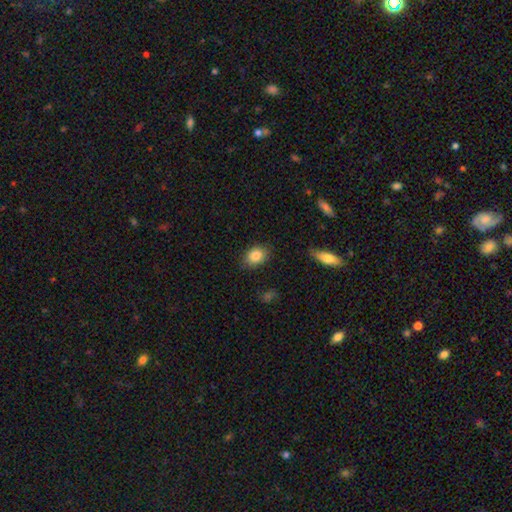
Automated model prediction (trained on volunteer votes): smooth 84%, star or artifact 8%, featured or disk 7%. Down the decision tree: how rounded — in between (70%); merging — none (85%).